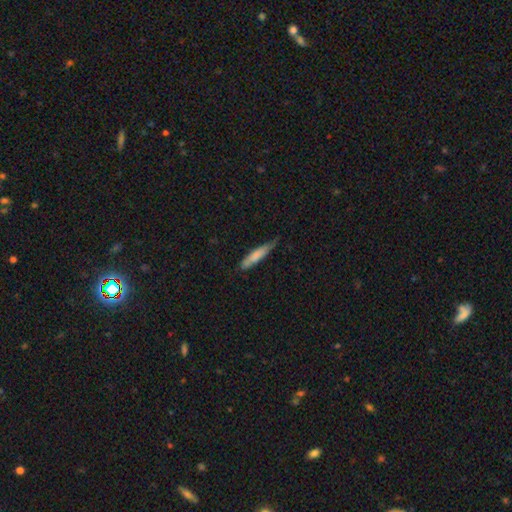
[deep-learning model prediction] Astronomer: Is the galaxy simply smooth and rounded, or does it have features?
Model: smooth — 73%.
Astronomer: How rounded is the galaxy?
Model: cigar-shaped — 85%.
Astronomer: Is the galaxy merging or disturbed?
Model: none — 60%.